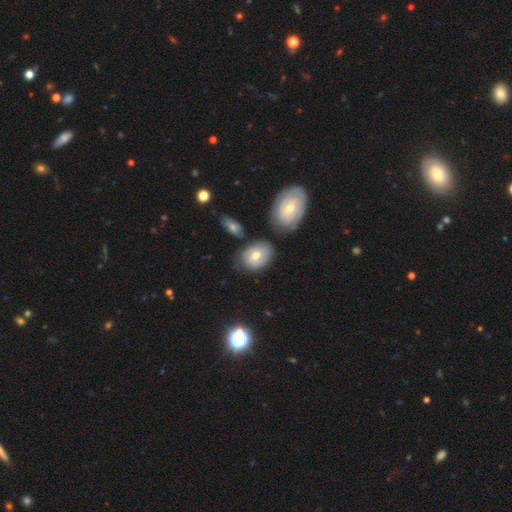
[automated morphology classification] Smooth or featured: smooth — 56% (featured or disk — 36%)
How rounded: in between — 69% (round — 30%)
Merging: none — 66% (minor disturbance — 19%)